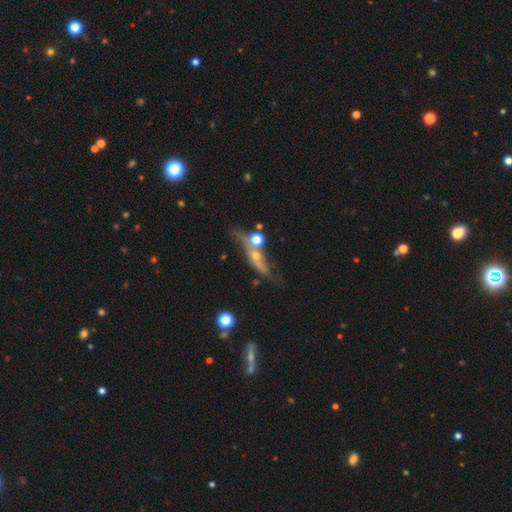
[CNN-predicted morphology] The model was most divided on "merging": none: 43%, merger: 21%, minor disturbance: 20%, major disturbance: 16%. More confident: edge-on disk — yes (61%); smooth or featured — featured or disk (60%).